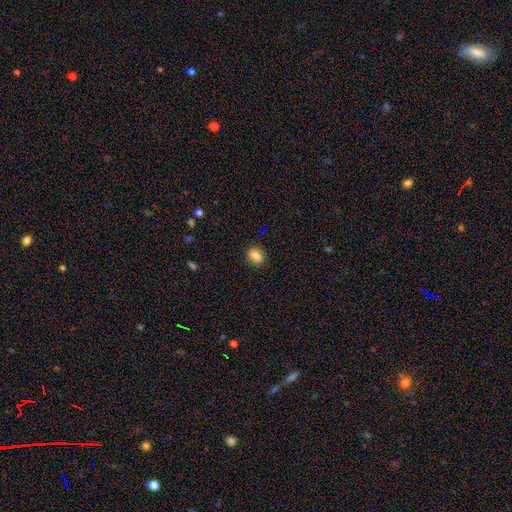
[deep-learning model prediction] This is clearly a smooth galaxy (84%). How rounded: possibly in between (52%). Merging: clearly none (87%).